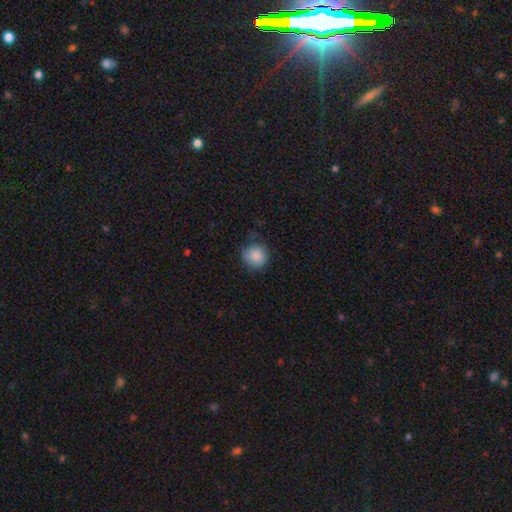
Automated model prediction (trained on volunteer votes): This appears to be a smooth galaxy with no disk features (86%) that is round (89%). Merging: none (70%).